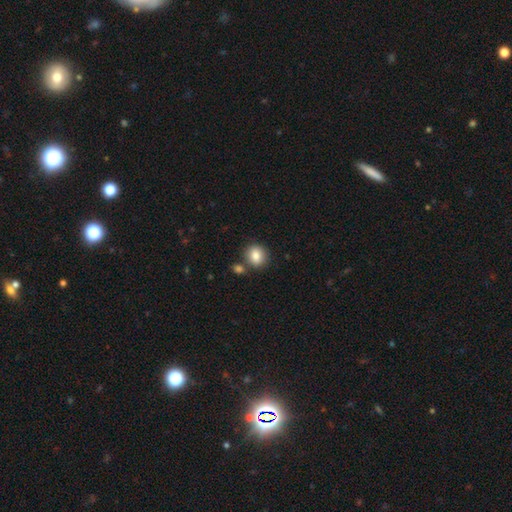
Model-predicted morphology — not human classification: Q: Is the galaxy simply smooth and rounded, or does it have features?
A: smooth — 84%.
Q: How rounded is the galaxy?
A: round — 76%.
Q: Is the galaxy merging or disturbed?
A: none — 73%.